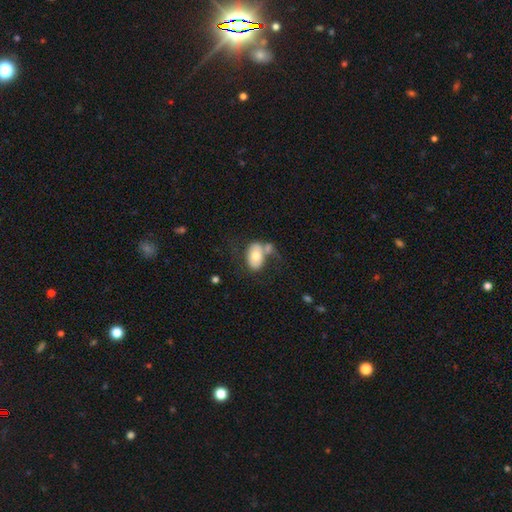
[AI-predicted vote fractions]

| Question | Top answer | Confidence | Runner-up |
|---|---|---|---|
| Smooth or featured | smooth | 64% | featured or disk (29%) |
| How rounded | in between | 87% | round (11%) |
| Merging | merger | 33% | none (32%) |